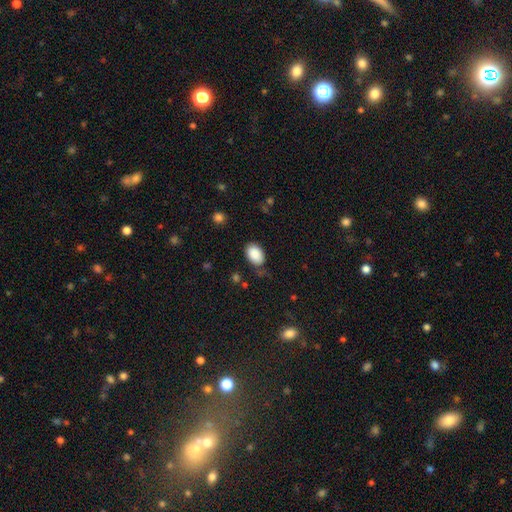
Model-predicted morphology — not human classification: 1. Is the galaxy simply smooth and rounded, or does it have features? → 89% smooth, 7% star or artifact, 4% featured or disk.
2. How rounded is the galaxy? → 88% in between, 11% round, 1% cigar-shaped.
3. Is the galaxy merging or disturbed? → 74% none, 18% minor disturbance, 5% major disturbance, 2% merger.